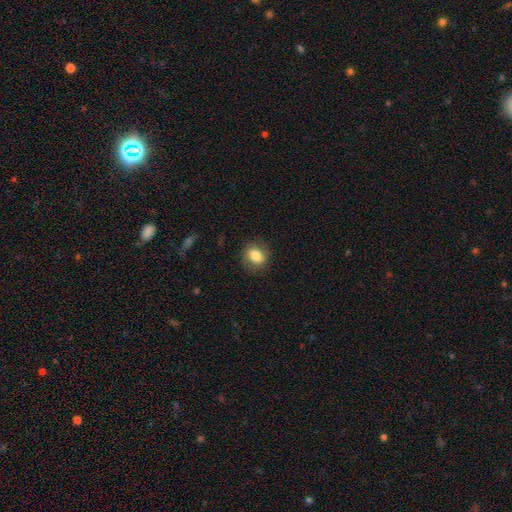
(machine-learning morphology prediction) smooth_or_featured: smooth (p=0.81) [alt: featured or disk p=0.10]
how_rounded: round (p=0.56) [alt: in between p=0.43]
merging: none (p=0.84) [alt: minor disturbance p=0.11]